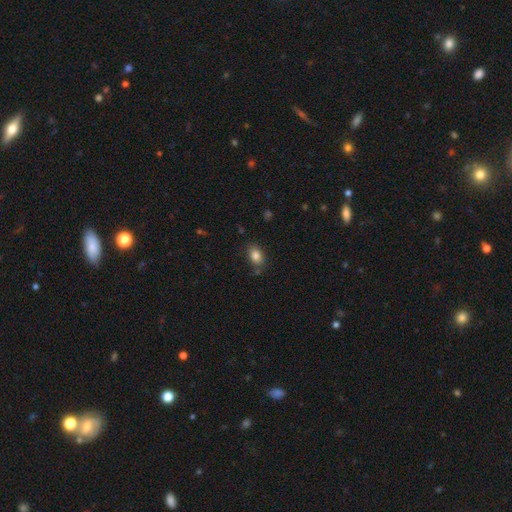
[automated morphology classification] smooth 84%, star or artifact 10%, featured or disk 6%. Down the decision tree: how rounded — in between (79%); merging — none (77%).